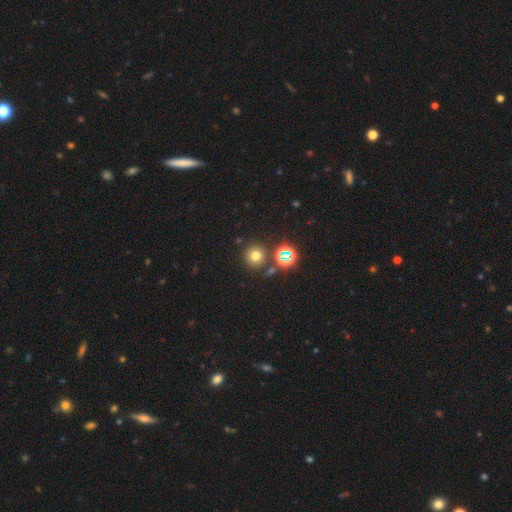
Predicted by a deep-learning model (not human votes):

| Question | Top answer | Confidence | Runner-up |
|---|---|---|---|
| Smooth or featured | smooth | 66% | star or artifact (25%) |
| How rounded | round | 93% | in between (6%) |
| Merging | none | 81% | merger (9%) |